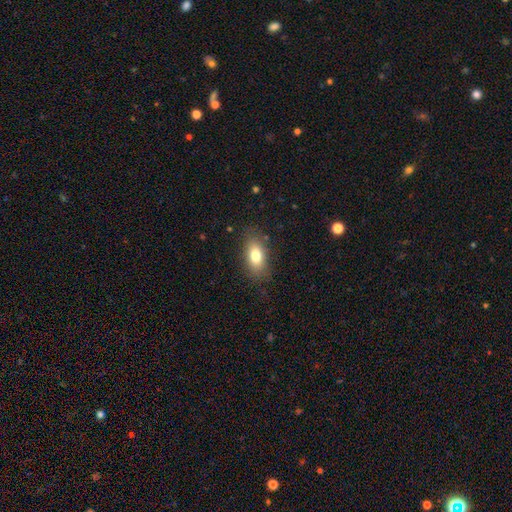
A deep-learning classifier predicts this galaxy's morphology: Smooth or featured? smooth (78%)
How rounded? in between (86%)
Merging? none (83%)